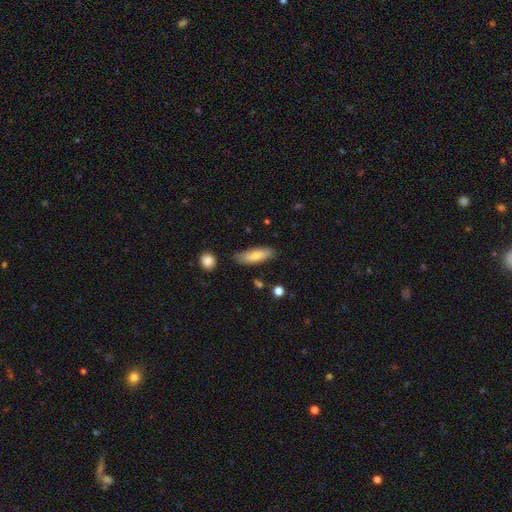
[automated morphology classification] smooth 74%, featured or disk 20%, star or artifact 6%. Down the decision tree: how rounded — in between (53%); merging — none (79%).